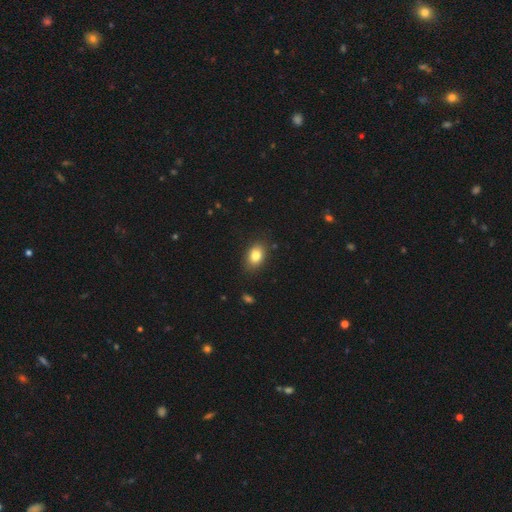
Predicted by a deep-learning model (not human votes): This appears to be a smooth galaxy with no disk features (82%) that is in between round and cigar-shaped (80%). Merging: none (85%).